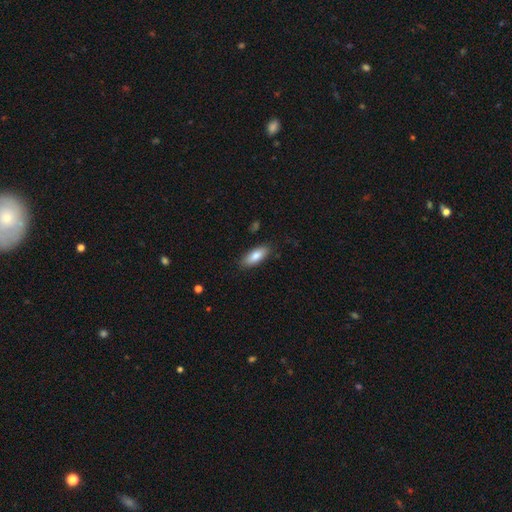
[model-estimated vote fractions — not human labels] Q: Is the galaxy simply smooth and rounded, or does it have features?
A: smooth — 82%.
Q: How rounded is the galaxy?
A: in between — 75%.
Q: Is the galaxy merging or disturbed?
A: none — 86%.